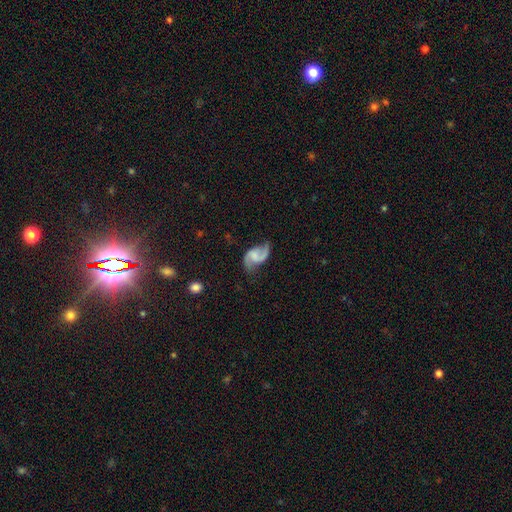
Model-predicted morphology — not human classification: type=featured or disk (84%); edge-on=no (98%); bar=weak (45%); spiral arms=yes (96%); winding=loose (54%); arm count=2 (90%); bulge=none (49%); merging=none (65%).